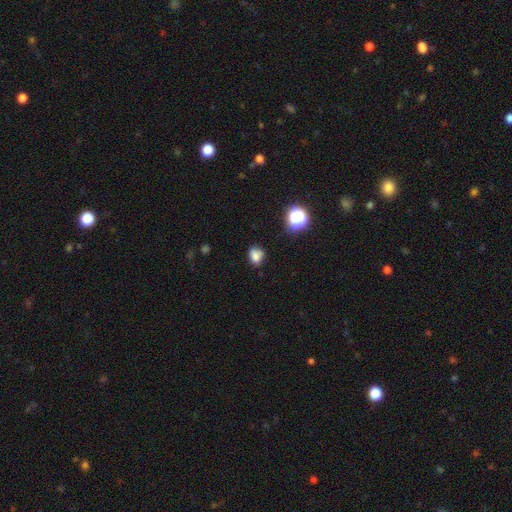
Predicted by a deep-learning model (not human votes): This is likely a smooth galaxy (78%). How rounded: possibly in between (55%). Merging: likely none (62%).